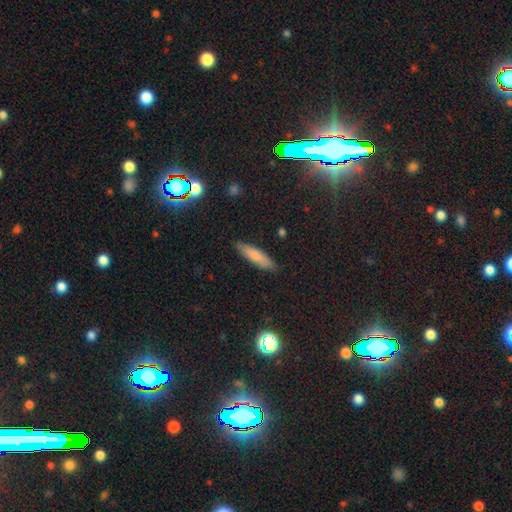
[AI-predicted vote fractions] smooth-or-featured: smooth: 77% | featured or disk: 15% | star or artifact: 8%
  how-rounded: cigar-shaped: 73% | in between: 25% | round: 2%
  merging: none: 87% | minor disturbance: 10% | major disturbance: 2% | merger: 1%